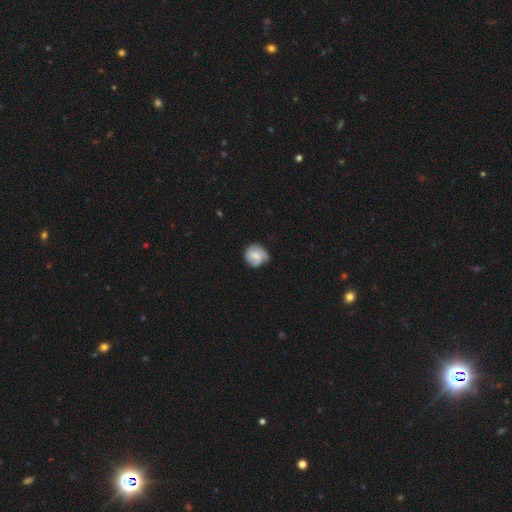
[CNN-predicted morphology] This appears to be a smooth galaxy with no disk features (56%) that is round (83%). Merging: none (61%).